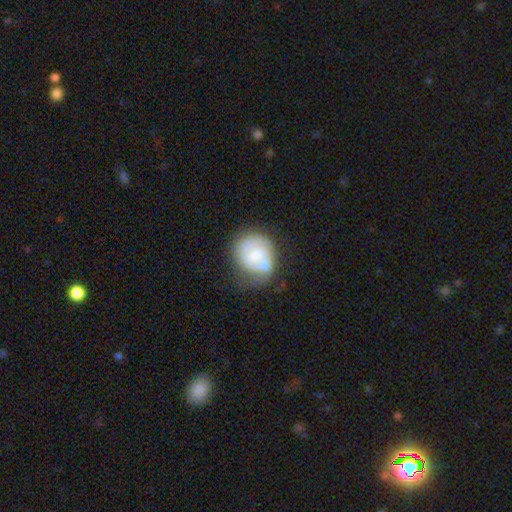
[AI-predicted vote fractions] smooth-or-featured: featured or disk: 49% | smooth: 44% | star or artifact: 7%
  merging: none: 42% | minor disturbance: 28% | merger: 16% | major disturbance: 15%